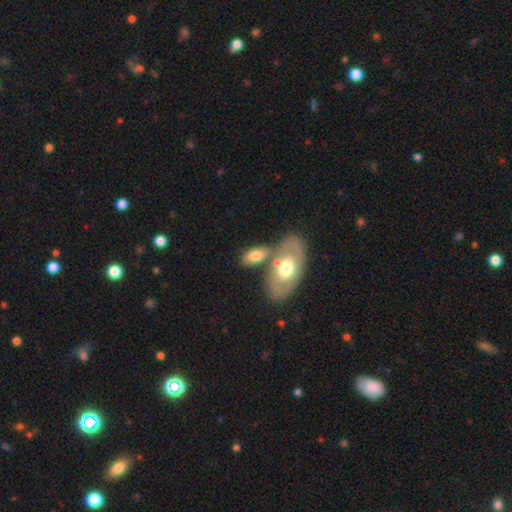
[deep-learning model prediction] This appears to be a smooth galaxy with no disk features (59%) that is in between round and cigar-shaped (91%). Merging: none (46%).